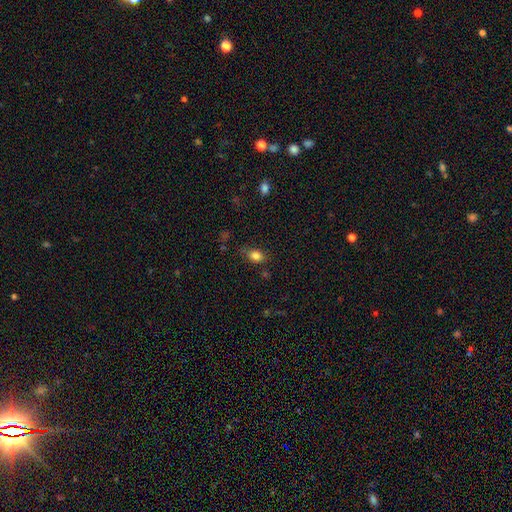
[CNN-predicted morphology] type=smooth (83%); roundness=in between (76%); merging=none (75%).